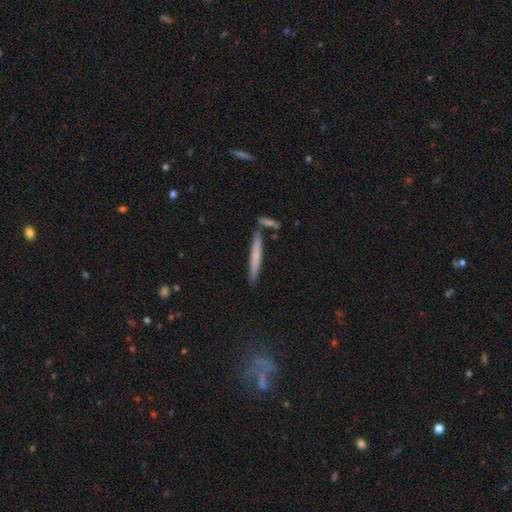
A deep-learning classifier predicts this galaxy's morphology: Smooth or featured? smooth (60%)
How rounded? cigar-shaped (95%)
Merging? none (82%)